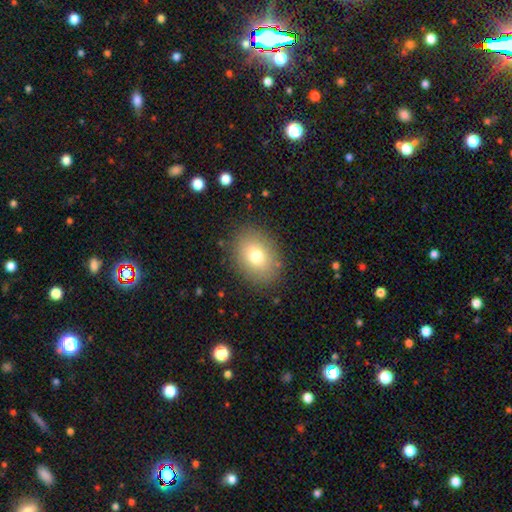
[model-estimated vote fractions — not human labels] This is likely a smooth galaxy (75%). How rounded: likely in between (63%). Merging: clearly none (85%).